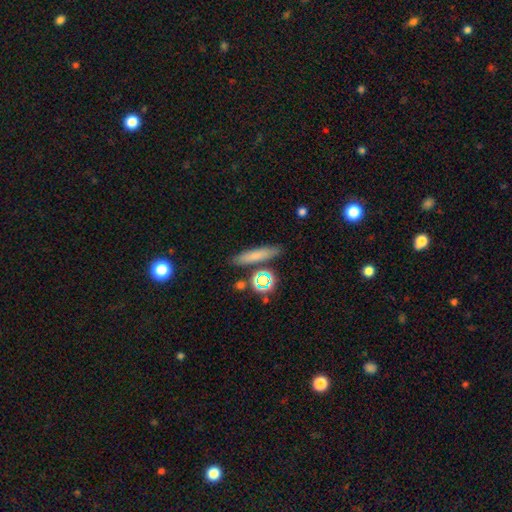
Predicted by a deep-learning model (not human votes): smooth_or_featured: smooth (p=0.71) [alt: featured or disk p=0.17]
how_rounded: cigar-shaped (p=0.79) [alt: in between p=0.14]
merging: none (p=0.81) [alt: minor disturbance p=0.09]